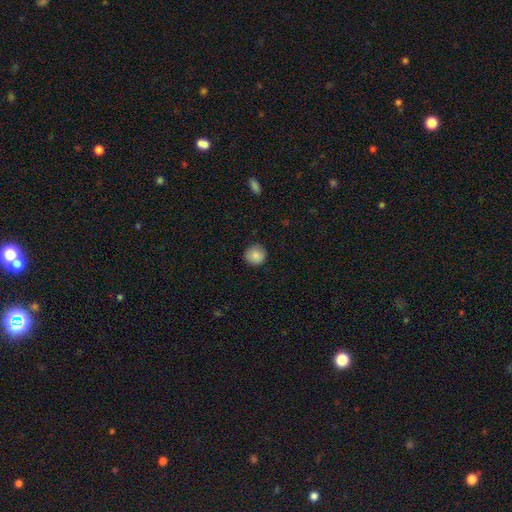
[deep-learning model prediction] Smooth or featured: smooth — 87% (star or artifact — 8%)
How rounded: round — 93% (in between — 6%)
Merging: none — 89% (minor disturbance — 8%)